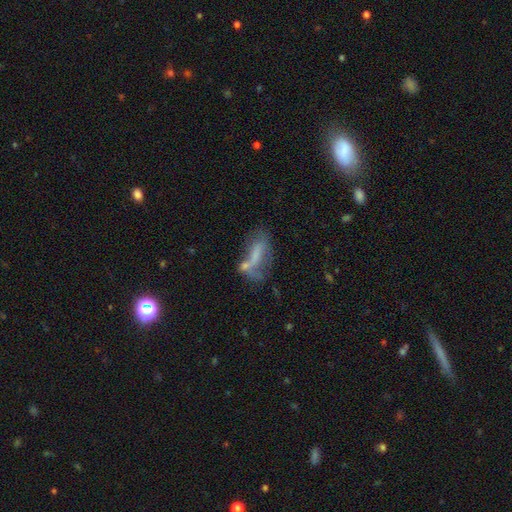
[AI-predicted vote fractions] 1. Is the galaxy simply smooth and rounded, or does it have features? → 46% smooth, 41% featured or disk, 13% star or artifact.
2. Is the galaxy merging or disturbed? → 28% merger, 27% none, 25% major disturbance, 19% minor disturbance.